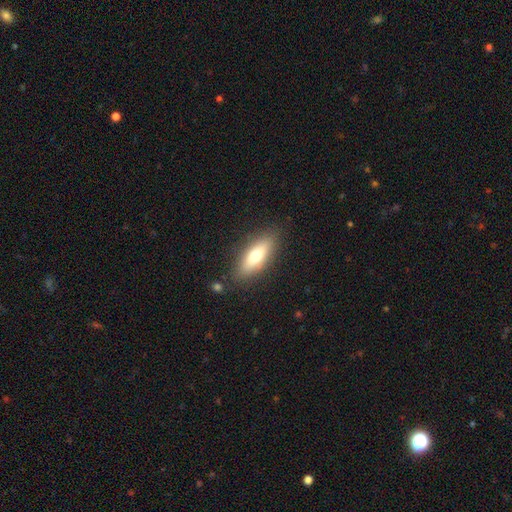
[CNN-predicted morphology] Smooth or featured: smooth — 67% (featured or disk — 26%)
How rounded: in between — 61% (cigar-shaped — 36%)
Merging: none — 85% (minor disturbance — 10%)